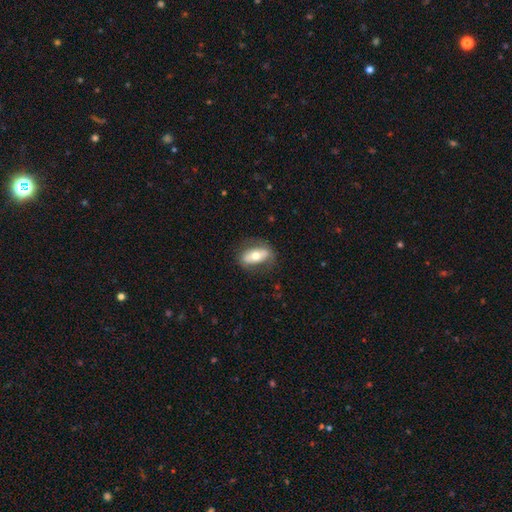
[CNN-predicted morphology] Smooth or featured?
  - smooth: 54% *
  - featured or disk: 40%
  - star or artifact: 6%
How rounded?
  - in between: 85% *
  - cigar-shaped: 9%
  - round: 6%
Merging?
  - none: 75% *
  - minor disturbance: 17%
  - major disturbance: 7%
  - merger: 1%